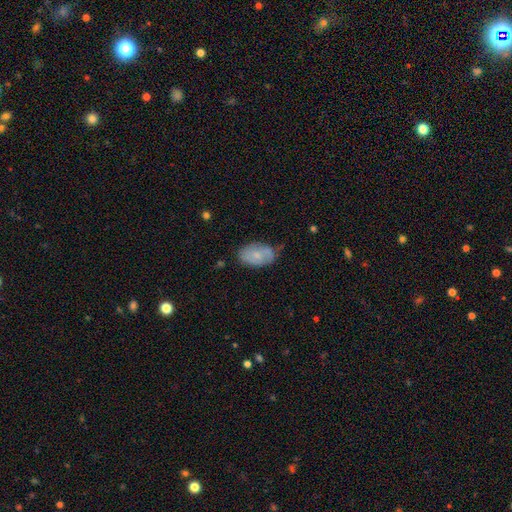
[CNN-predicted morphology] Q: Smooth or featured?
A: smooth (61%); runner-up: featured or disk (33%)
Q: How rounded?
A: in between (91%); runner-up: round (7%)
Q: Merging?
A: none (64%); runner-up: minor disturbance (27%)